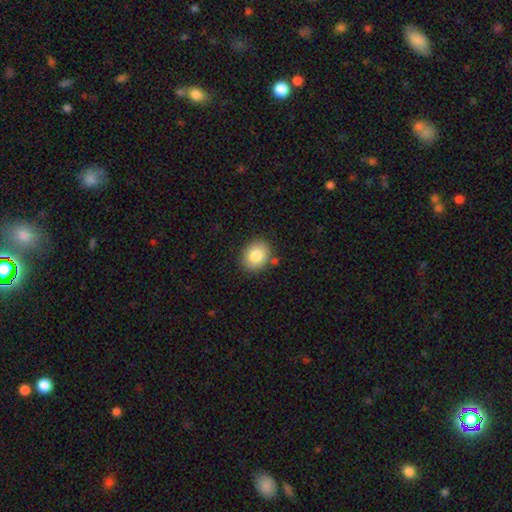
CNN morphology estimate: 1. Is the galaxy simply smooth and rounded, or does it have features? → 82% smooth, 9% featured or disk, 8% star or artifact.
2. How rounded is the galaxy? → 53% round, 46% in between, 1% cigar-shaped.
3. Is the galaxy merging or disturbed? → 82% none, 12% minor disturbance, 4% merger, 3% major disturbance.